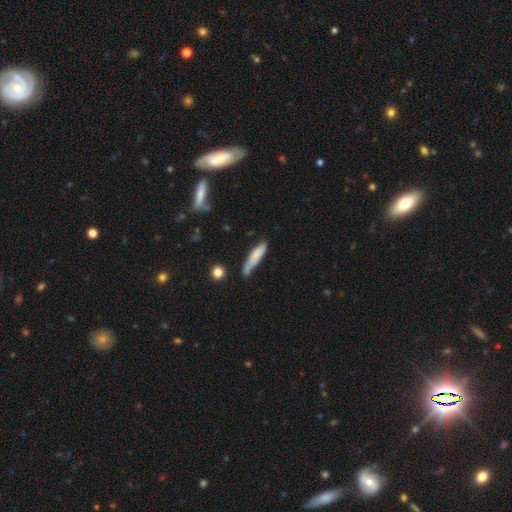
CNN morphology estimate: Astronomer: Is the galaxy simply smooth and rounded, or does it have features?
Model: smooth — 75%.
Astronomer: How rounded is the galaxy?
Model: cigar-shaped — 79%.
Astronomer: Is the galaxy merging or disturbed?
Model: none — 54% (runner-up: minor disturbance, 32%).